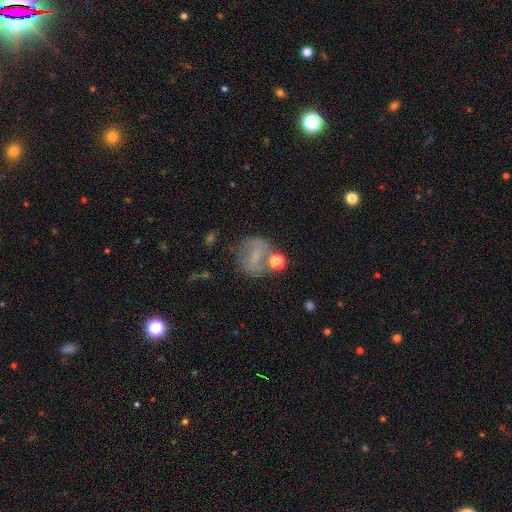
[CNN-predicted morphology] smooth_or_featured: featured or disk (p=0.43) [alt: smooth p=0.42]
merging: none (p=0.56) [alt: minor disturbance p=0.20]